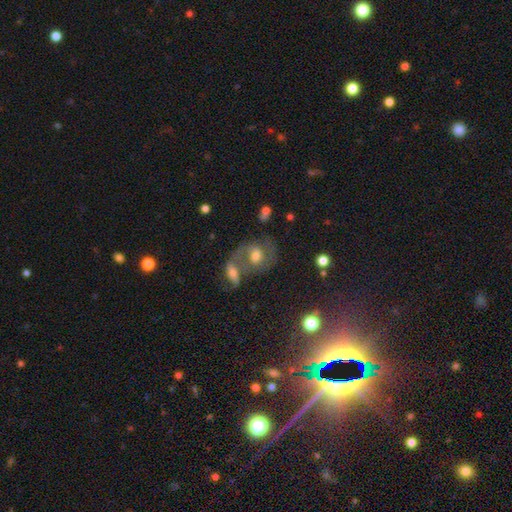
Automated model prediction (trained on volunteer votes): Q: Smooth or featured?
A: featured or disk (59%); runner-up: smooth (28%)
Q: Edge-on disk?
A: no (95%); runner-up: yes (5%)
Q: Bar?
A: no (51%); runner-up: weak (38%)
Q: Spiral arms?
A: yes (79%); runner-up: no (21%)
Q: Bulge size?
A: moderate (60%); runner-up: small (21%)
Q: Merging?
A: merger (49%); runner-up: none (33%)